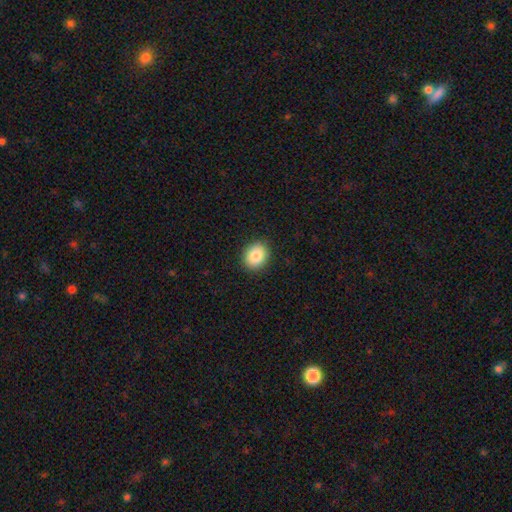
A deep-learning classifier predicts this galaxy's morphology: type=smooth (86%); roundness=round (55%); merging=none (90%).